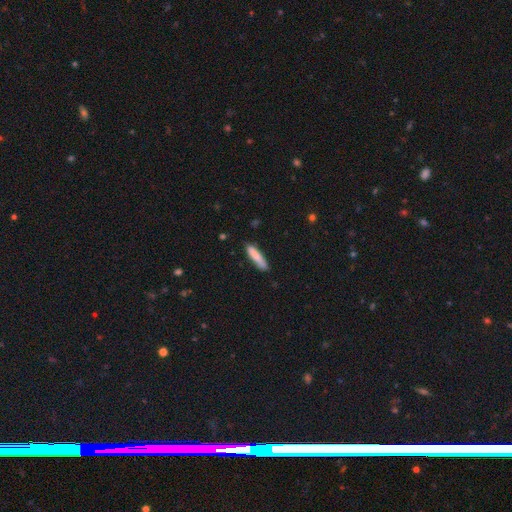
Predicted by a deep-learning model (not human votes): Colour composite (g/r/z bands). It shows a smooth galaxy with no disk features (84%) that is cigar-shaped (84%). Merging: none (83%).